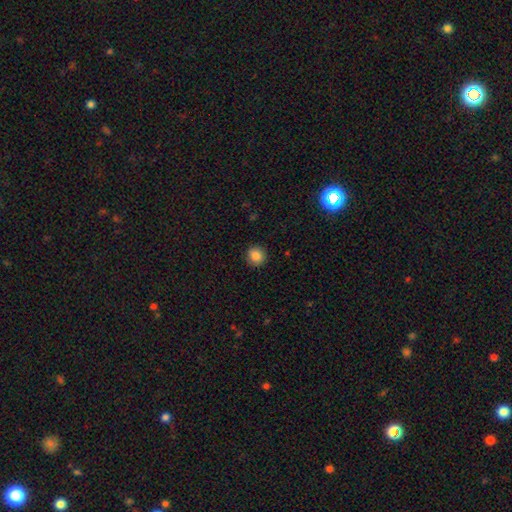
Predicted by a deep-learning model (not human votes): This appears to be a smooth galaxy with no disk features (86%) that is round (89%). Merging: none (91%).